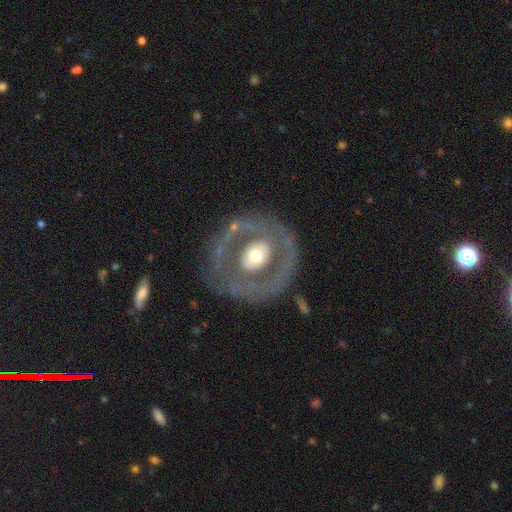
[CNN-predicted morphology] Smooth or featured: featured or disk — 67% (smooth — 22%)
Edge-on disk: no — 91% (yes — 9%)
Bar: no — 60% (weak — 22%)
Spiral arms: no — 74% (yes — 26%)
Bulge size: moderate — 68% (large — 14%)
Merging: none — 82% (minor disturbance — 10%)